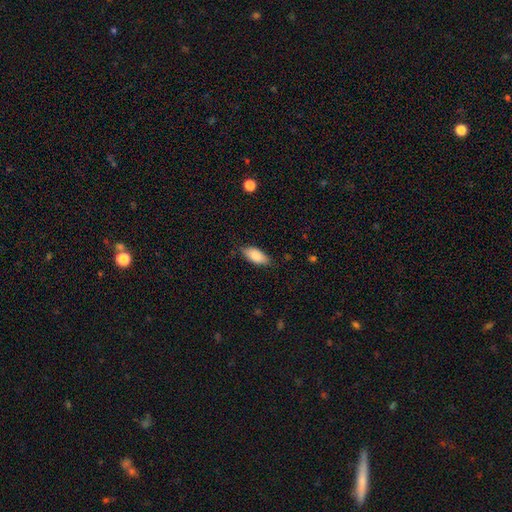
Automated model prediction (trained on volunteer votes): smooth_or_featured: smooth (p=0.86) [alt: featured or disk p=0.08]
how_rounded: in between (p=0.88) [alt: cigar-shaped p=0.10]
merging: none (p=0.80) [alt: minor disturbance p=0.16]